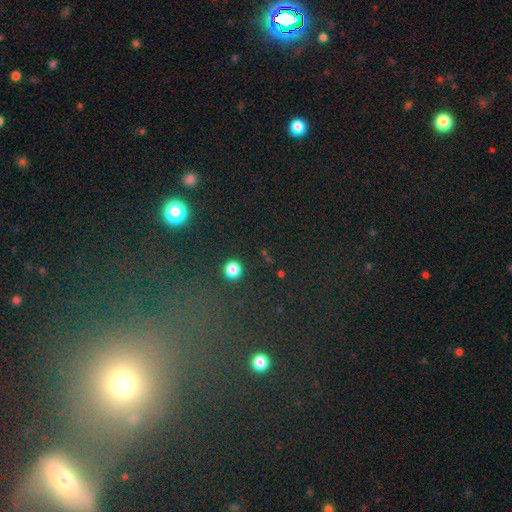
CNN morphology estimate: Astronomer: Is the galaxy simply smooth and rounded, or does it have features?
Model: star or artifact — 51% (runner-up: smooth, 37%).